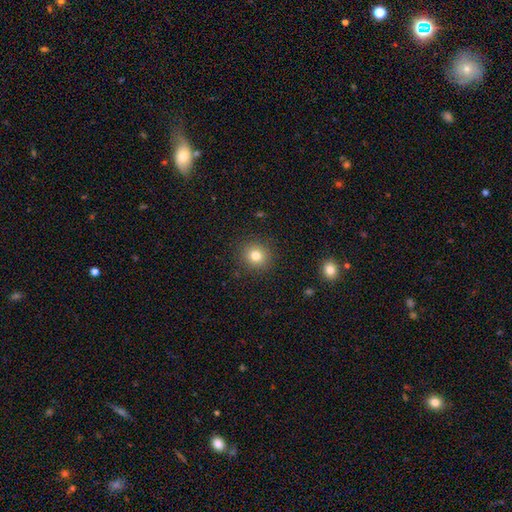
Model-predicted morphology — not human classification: smooth_or_featured: smooth (p=0.79) [alt: star or artifact p=0.13]
how_rounded: round (p=0.89) [alt: in between p=0.10]
merging: none (p=0.90) [alt: minor disturbance p=0.07]